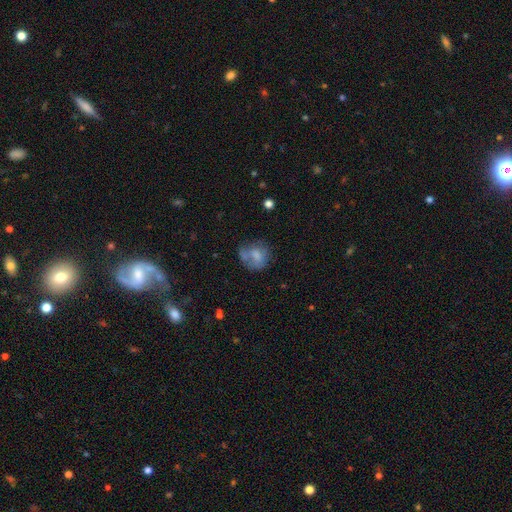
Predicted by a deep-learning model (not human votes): Smooth or featured: smooth — 64% (featured or disk — 27%)
How rounded: round — 67% (in between — 31%)
Merging: none — 42% (minor disturbance — 24%)